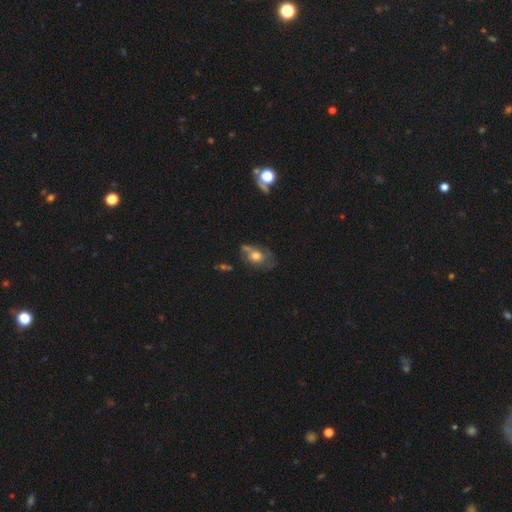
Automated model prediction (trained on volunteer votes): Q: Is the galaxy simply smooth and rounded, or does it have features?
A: smooth — 57%.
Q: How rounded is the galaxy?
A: in between — 67%.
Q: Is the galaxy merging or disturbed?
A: none — 42%.